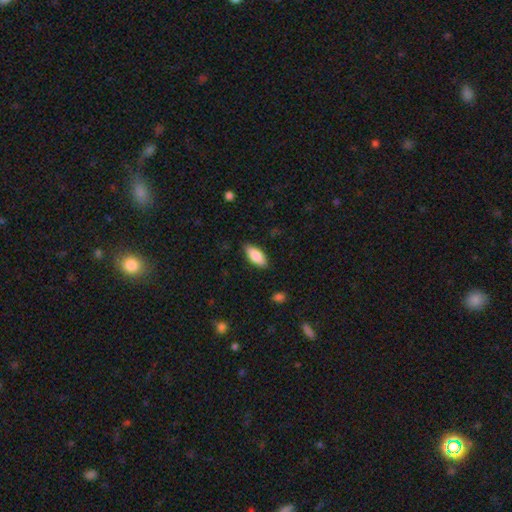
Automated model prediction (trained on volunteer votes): Smooth or featured? smooth (83%)
How rounded? in between (84%)
Merging? none (86%)